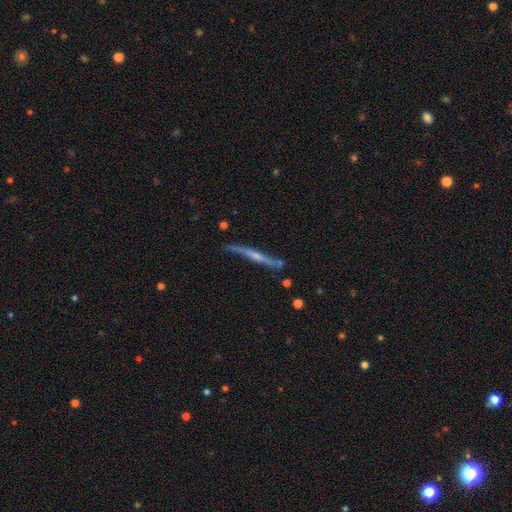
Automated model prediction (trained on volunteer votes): A featured or disk galaxy (76%) viewed edge-on (91%) with a rounded central bulge (60%).

Vote fractions:
- Smooth or featured? featured or disk: 76% / smooth: 18% / star or artifact: 6%
- Edge-on disk? yes: 91% / no: 9%
- Edge-on bulge? rounded: 60% / none: 30% / boxy: 10%
- Merging? none: 70% / minor disturbance: 22% / major disturbance: 5% / merger: 4%